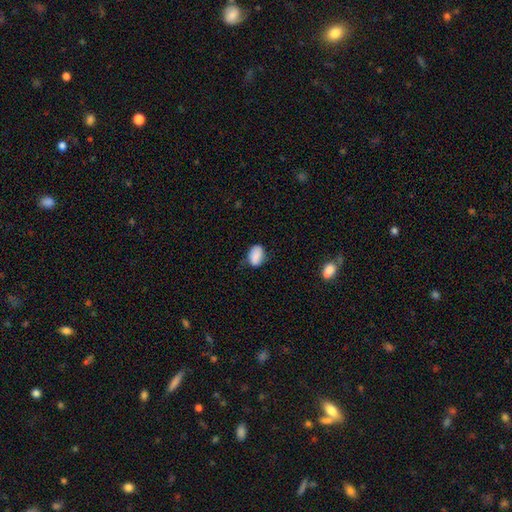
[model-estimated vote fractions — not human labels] A smooth galaxy with no disk features (86%) that is in between round and cigar-shaped (83%).

Vote fractions:
- Smooth or featured? smooth: 86% / star or artifact: 8% / featured or disk: 6%
- How rounded? in between: 83% / round: 16% / cigar-shaped: 1%
- Merging? none: 61% / minor disturbance: 30% / major disturbance: 7% / merger: 2%